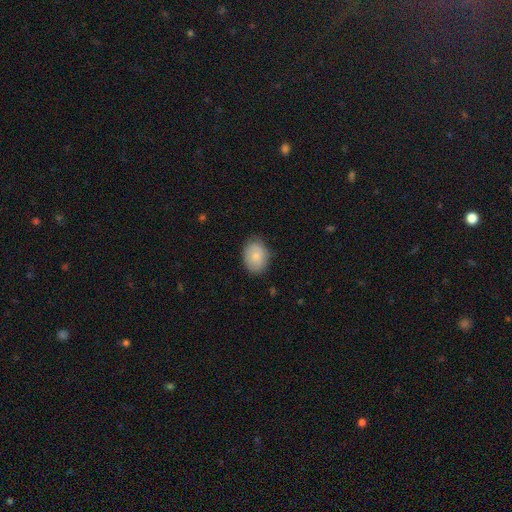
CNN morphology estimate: smooth_or_featured: smooth (p=0.79) [alt: featured or disk p=0.14]
how_rounded: in between (p=0.68) [alt: round p=0.31]
merging: none (p=0.79) [alt: minor disturbance p=0.16]